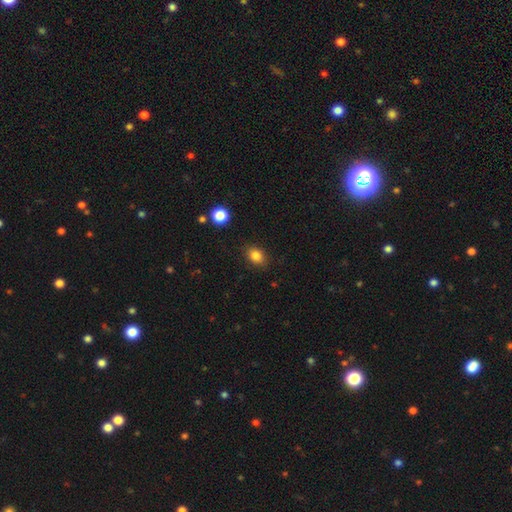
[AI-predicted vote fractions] The model was most divided on "how rounded": in between: 60%, round: 39%, cigar-shaped: 1%. More confident: merging — none (86%); smooth or featured — smooth (84%).